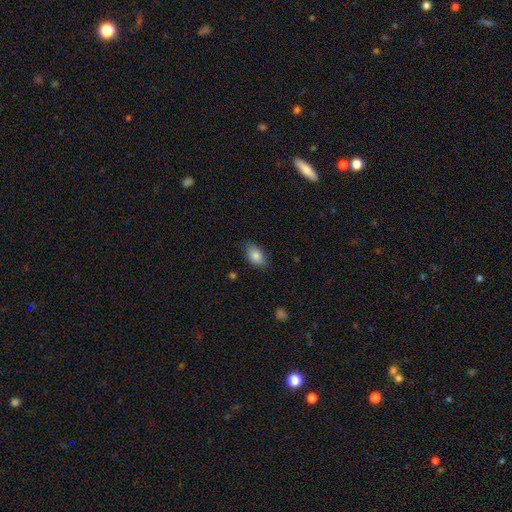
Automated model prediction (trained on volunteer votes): Smooth or featured?
  - smooth: 84% *
  - featured or disk: 8%
  - star or artifact: 8%
How rounded?
  - in between: 89% *
  - round: 9%
  - cigar-shaped: 2%
Merging?
  - none: 80% *
  - minor disturbance: 15%
  - major disturbance: 3%
  - merger: 1%